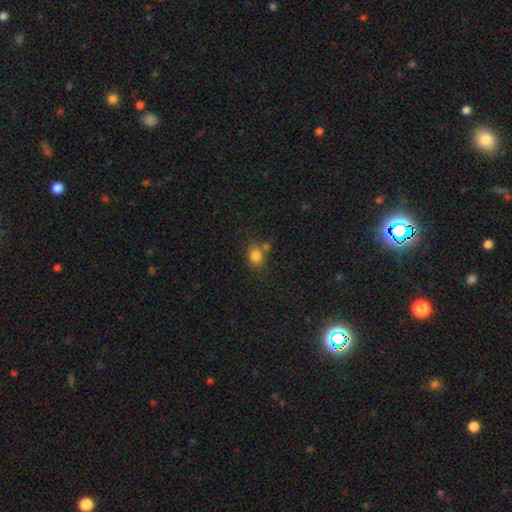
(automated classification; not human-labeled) smooth_or_featured: smooth (p=0.82) [alt: star or artifact p=0.12]
how_rounded: round (p=0.61) [alt: in between p=0.38]
merging: none (p=0.62) [alt: merger p=0.19]